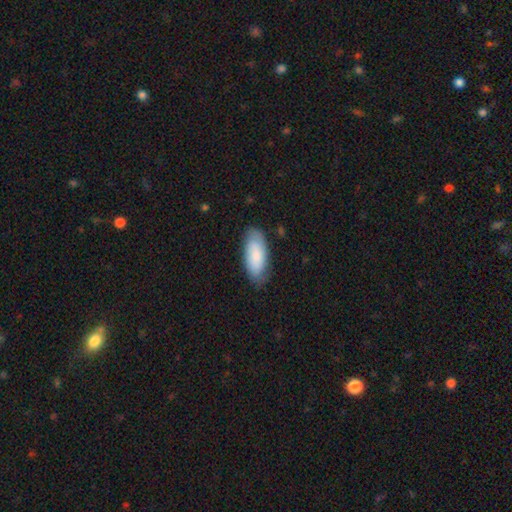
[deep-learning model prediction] A smooth galaxy with no disk features (81%) that is in between round and cigar-shaped (84%). Merging: none (79%).